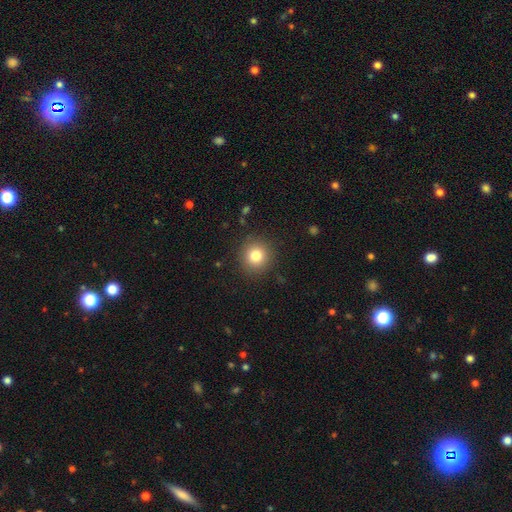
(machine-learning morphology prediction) Smooth or featured? Predicted: smooth (p=0.81). How rounded? Predicted: round (p=0.93). Merging? Predicted: none (p=0.90).